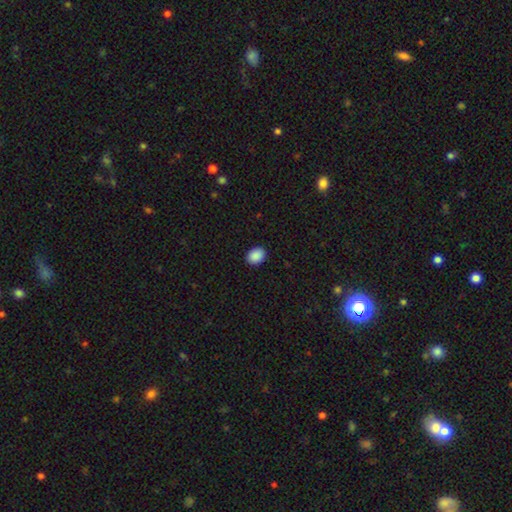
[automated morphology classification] A smooth galaxy with no disk features (90%) that is in between round and cigar-shaped (63%). Merging: none (91%).